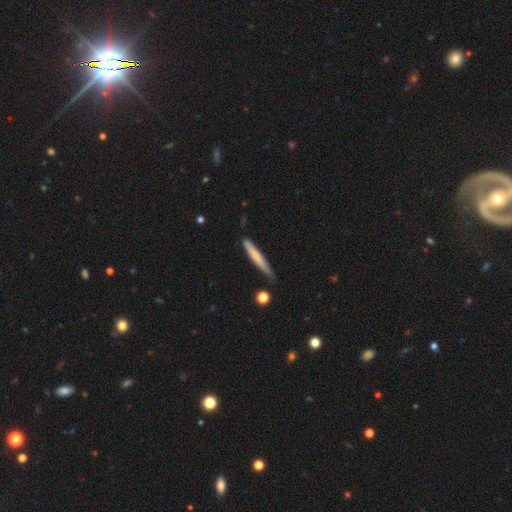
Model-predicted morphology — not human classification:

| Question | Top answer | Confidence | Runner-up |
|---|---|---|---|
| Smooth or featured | smooth | 67% | featured or disk (27%) |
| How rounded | cigar-shaped | 95% | in between (3%) |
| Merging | none | 74% | minor disturbance (21%) |